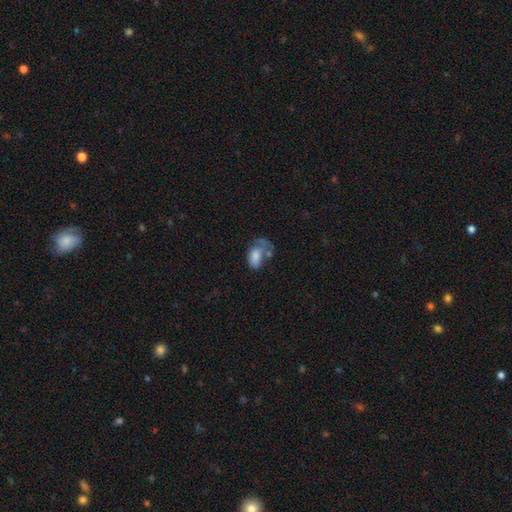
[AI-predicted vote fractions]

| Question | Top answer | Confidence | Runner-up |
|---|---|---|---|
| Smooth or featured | smooth | 64% | featured or disk (25%) |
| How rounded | in between | 88% | round (10%) |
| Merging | major disturbance | 39% | none (23%) |